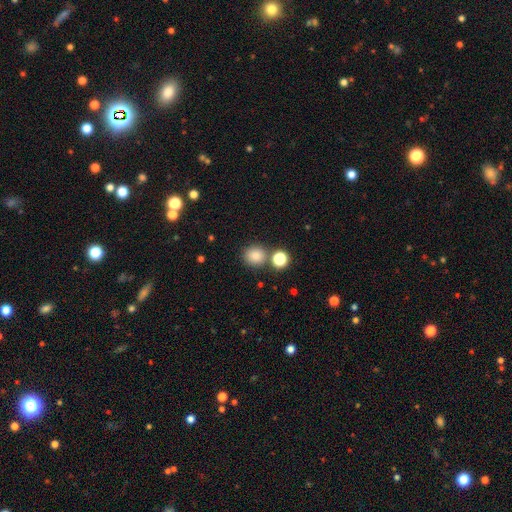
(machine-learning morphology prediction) Smooth or featured: smooth — 83% (star or artifact — 12%)
How rounded: round — 86% (in between — 13%)
Merging: none — 75% (merger — 14%)